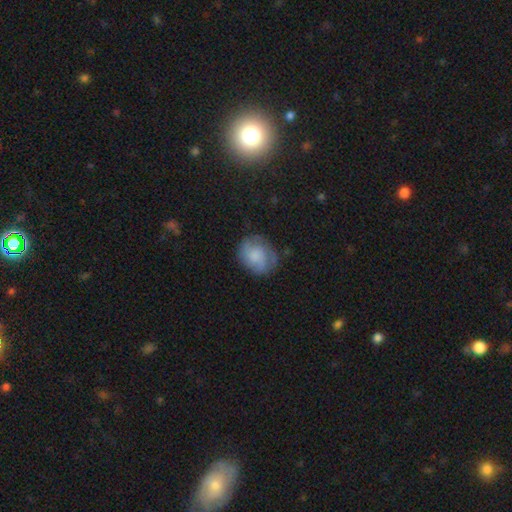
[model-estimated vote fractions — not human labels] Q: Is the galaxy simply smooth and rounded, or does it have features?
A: smooth — 58%.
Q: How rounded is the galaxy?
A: round — 61%.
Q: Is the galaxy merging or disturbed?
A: none — 65%.